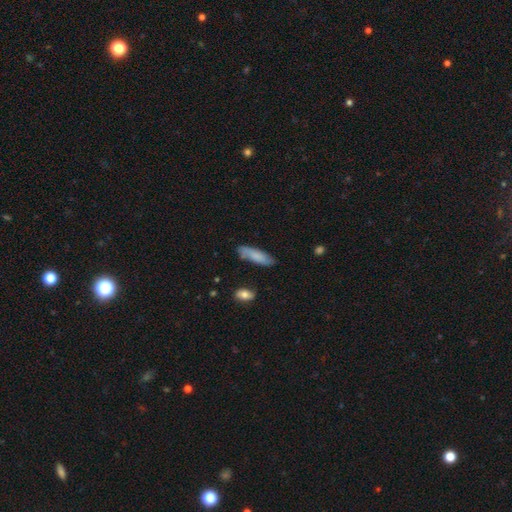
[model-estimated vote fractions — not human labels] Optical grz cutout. It shows a smooth galaxy with no disk features (79%) that is cigar-shaped (56%). Merging: none (75%).